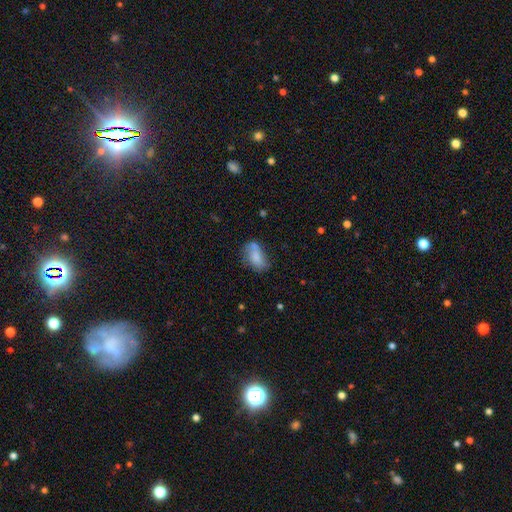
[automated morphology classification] smooth_or_featured: smooth (p=0.64) [alt: featured or disk p=0.27]
how_rounded: in between (p=0.89) [alt: round p=0.08]
merging: none (p=0.46) [alt: minor disturbance p=0.29]